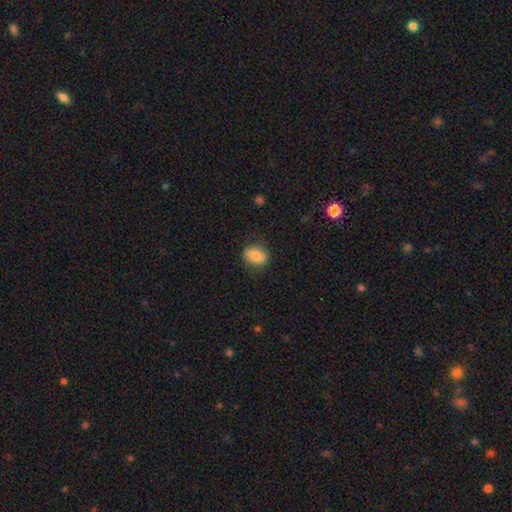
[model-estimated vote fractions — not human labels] Smooth or featured? smooth (78%)
How rounded? in between (64%)
Merging? none (78%)